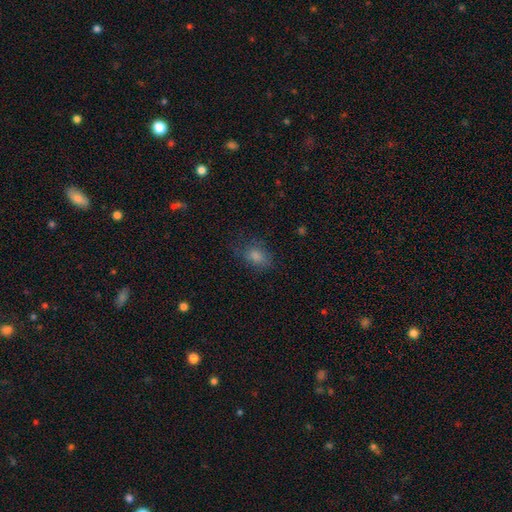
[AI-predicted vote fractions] This appears to be a smooth galaxy with no disk features (73%) that is in between round and cigar-shaped (71%). Merging: none (71%).